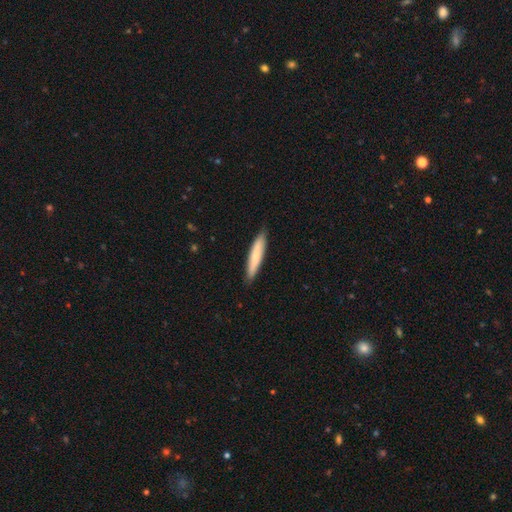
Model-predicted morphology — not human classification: Smooth or featured?
  - smooth: 75% *
  - featured or disk: 20%
  - star or artifact: 5%
How rounded?
  - cigar-shaped: 90% *
  - in between: 9%
  - round: 1%
Merging?
  - none: 88% *
  - minor disturbance: 9%
  - major disturbance: 1%
  - merger: 1%